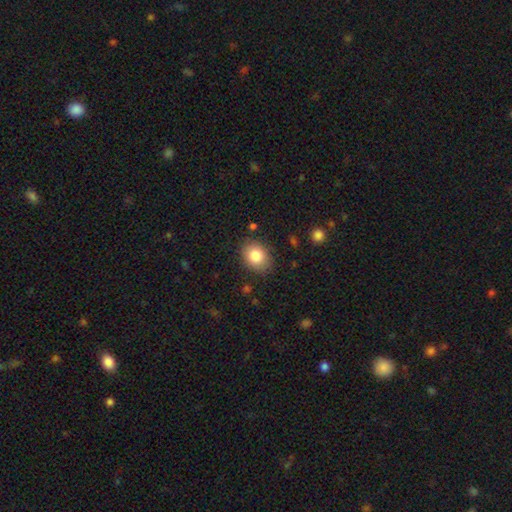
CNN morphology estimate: type=smooth (84%); roundness=in between (59%); merging=none (84%).